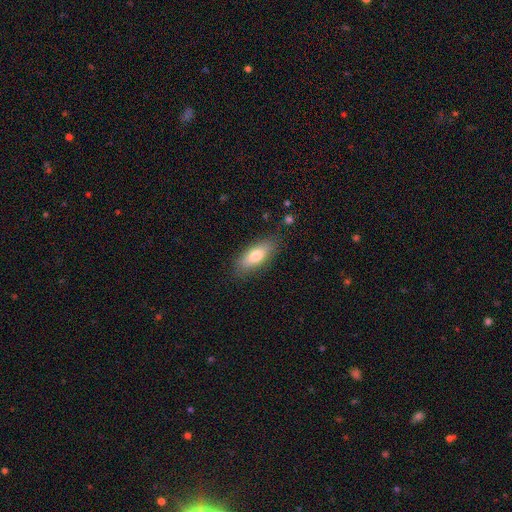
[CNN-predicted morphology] Smooth or featured: smooth — 75% (featured or disk — 18%)
How rounded: in between — 74% (cigar-shaped — 23%)
Merging: none — 83% (minor disturbance — 13%)